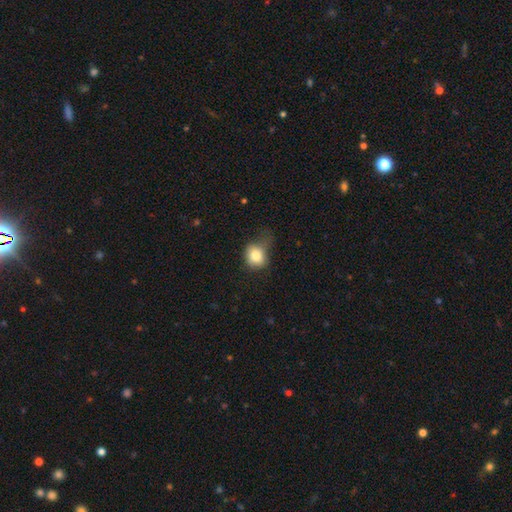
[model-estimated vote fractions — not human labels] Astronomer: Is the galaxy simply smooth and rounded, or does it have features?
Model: smooth — 80%.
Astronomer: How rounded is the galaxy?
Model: round — 63%.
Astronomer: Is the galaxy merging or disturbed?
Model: minor disturbance — 37% (runner-up: none, 36%).